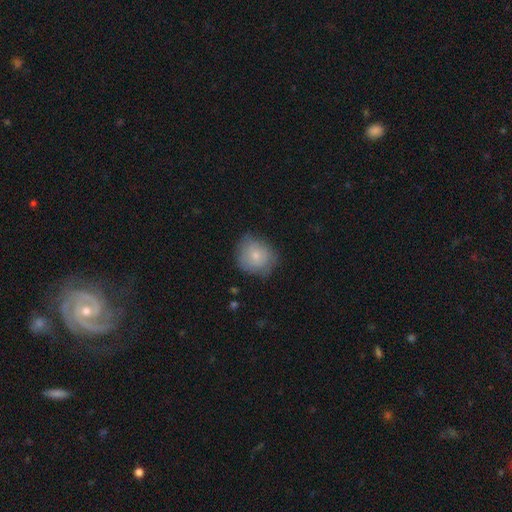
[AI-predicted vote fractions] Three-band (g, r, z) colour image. It shows a smooth galaxy with no disk features (72%) that is round (81%). Merging: none (68%).